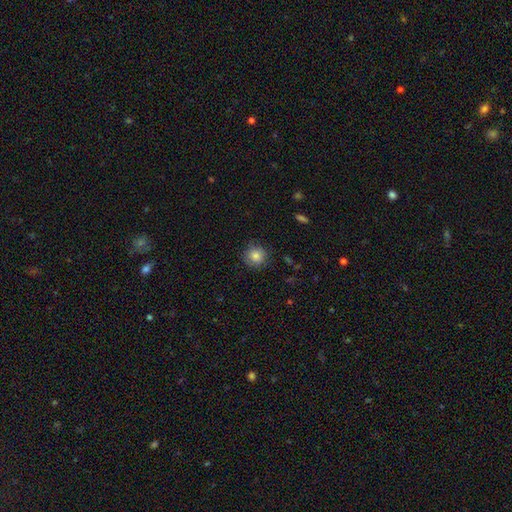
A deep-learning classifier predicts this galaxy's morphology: smooth 83%, star or artifact 10%, featured or disk 7%. Down the decision tree: how rounded — round (92%); merging — none (81%).